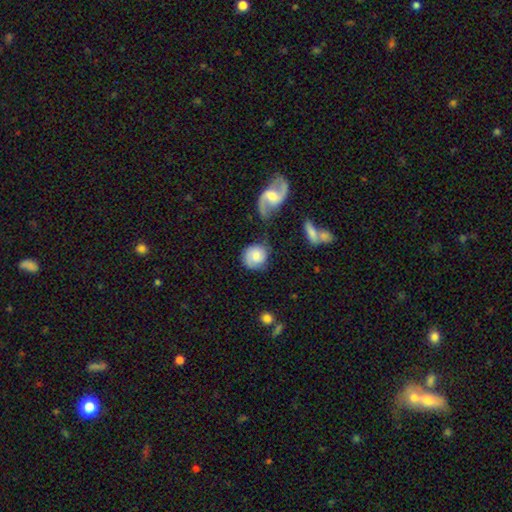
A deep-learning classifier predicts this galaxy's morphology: Q: Smooth or featured?
A: smooth (49%); runner-up: featured or disk (44%)
Q: Merging?
A: none (64%); runner-up: minor disturbance (21%)